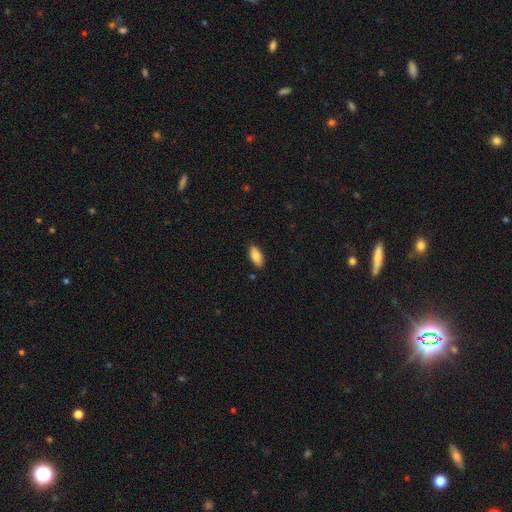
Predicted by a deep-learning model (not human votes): Overall: smooth (82%). How rounded: in between (87%). Merging: none (88%).